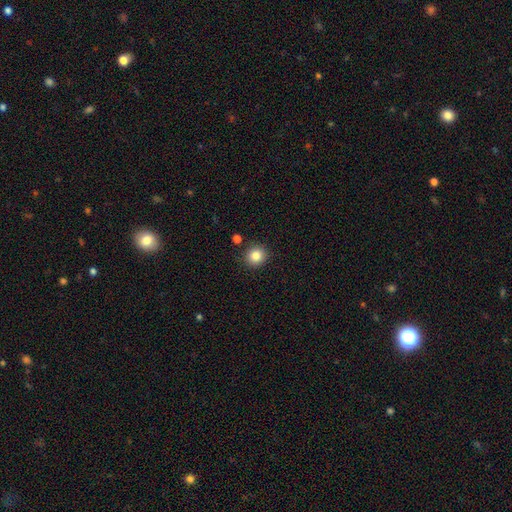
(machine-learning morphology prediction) The model was most divided on "smooth or featured": smooth: 84%, star or artifact: 11%, featured or disk: 5%. More confident: how rounded — round (89%); merging — none (88%).